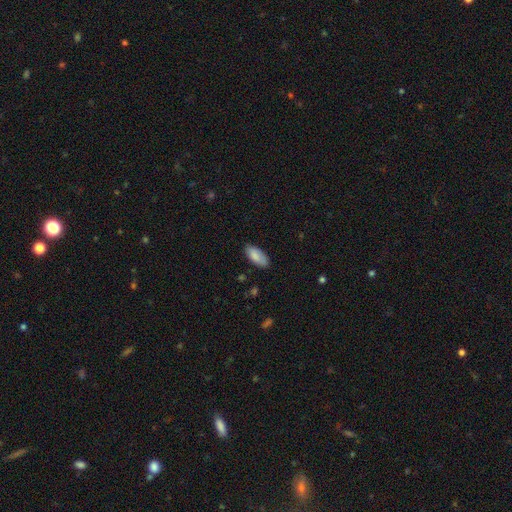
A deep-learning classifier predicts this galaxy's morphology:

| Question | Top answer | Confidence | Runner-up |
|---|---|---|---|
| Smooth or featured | smooth | 85% | featured or disk (9%) |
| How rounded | in between | 88% | cigar-shaped (11%) |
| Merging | none | 81% | minor disturbance (15%) |